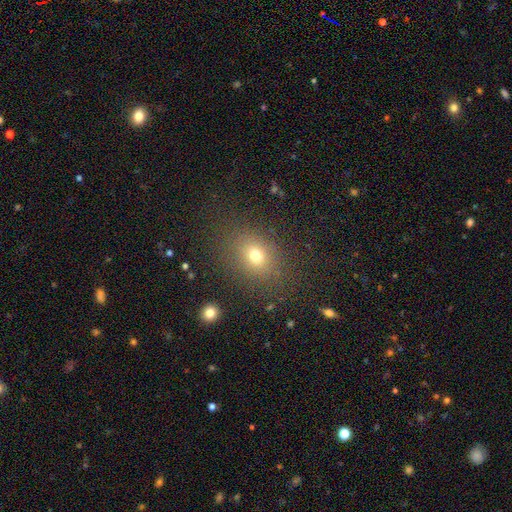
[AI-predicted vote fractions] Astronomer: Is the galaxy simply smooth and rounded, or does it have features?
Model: smooth — 71%.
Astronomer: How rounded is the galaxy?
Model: in between — 55% (runner-up: round, 44%).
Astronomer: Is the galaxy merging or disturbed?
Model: none — 83%.